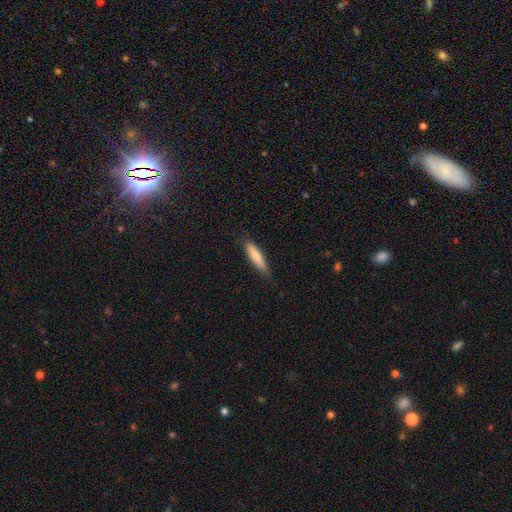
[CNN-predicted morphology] Smooth or featured?
  - smooth: 78% *
  - featured or disk: 17%
  - star or artifact: 6%
How rounded?
  - cigar-shaped: 81% *
  - in between: 18%
  - round: 1%
Merging?
  - none: 82% *
  - minor disturbance: 14%
  - major disturbance: 2%
  - merger: 1%